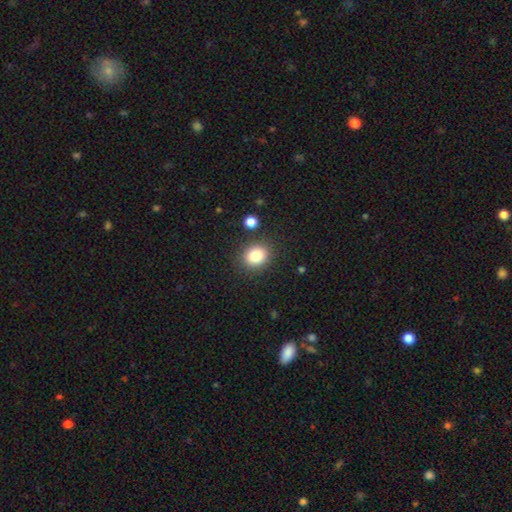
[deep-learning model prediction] This is clearly a smooth galaxy (84%). How rounded: likely round (66%). Merging: clearly none (85%).